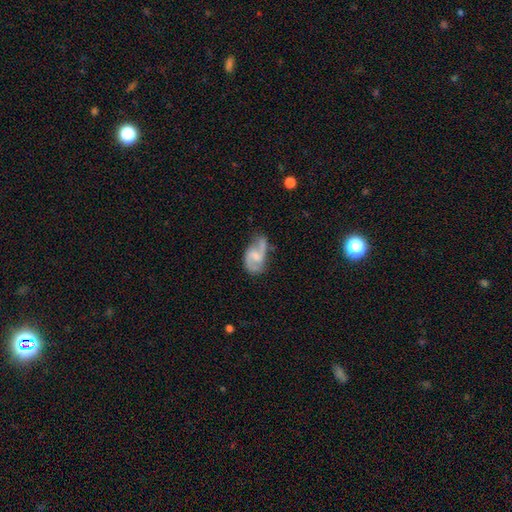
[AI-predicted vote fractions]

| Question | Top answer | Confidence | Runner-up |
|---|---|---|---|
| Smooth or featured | featured or disk | 79% | smooth (15%) |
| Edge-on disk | no | 97% | yes (3%) |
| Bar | weak | 53% | no (33%) |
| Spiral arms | yes | 94% | no (6%) |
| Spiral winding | medium | 47% | loose (40%) |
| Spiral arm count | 2 | 88% | can't tell (5%) |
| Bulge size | none | 34% | small (33%) |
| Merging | none | 57% | minor disturbance (26%) |